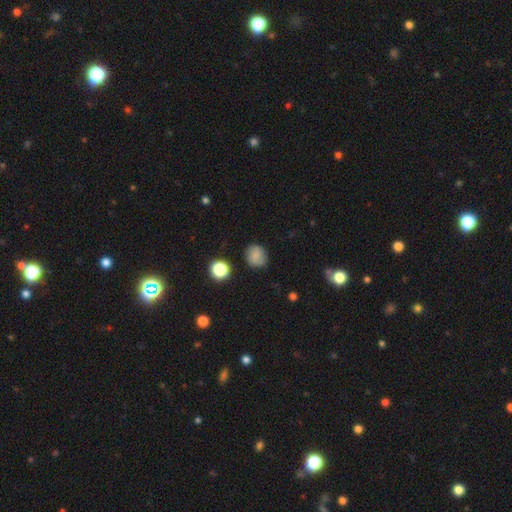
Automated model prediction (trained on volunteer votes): A smooth galaxy with no disk features (79%) that is round (79%).

Vote fractions:
- Smooth or featured? smooth: 79% / star or artifact: 12% / featured or disk: 9%
- How rounded? round: 79% / in between: 20% / cigar-shaped: 1%
- Merging? none: 79% / minor disturbance: 15% / major disturbance: 4% / merger: 2%